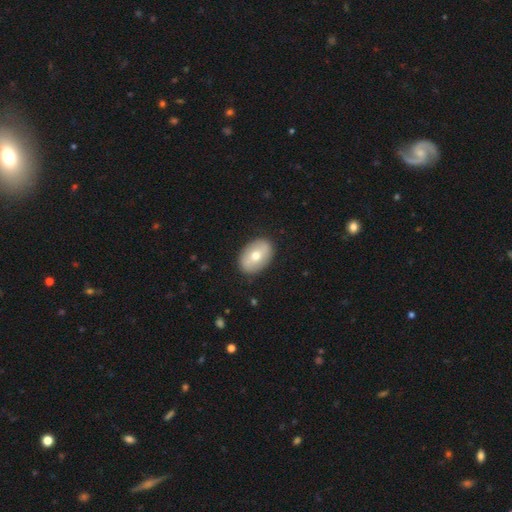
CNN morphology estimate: type=smooth (63%); roundness=in between (83%); merging=none (87%).